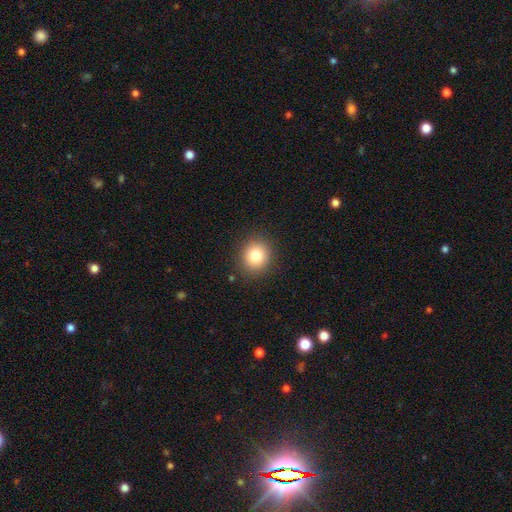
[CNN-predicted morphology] This is clearly a smooth galaxy (82%). How rounded: clearly round (83%). Merging: clearly none (89%).